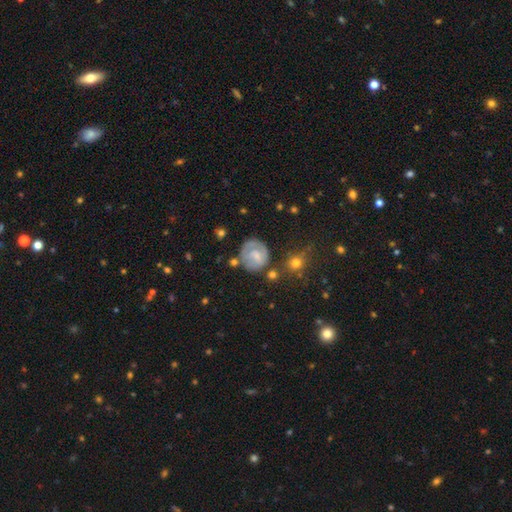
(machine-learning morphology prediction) Smooth or featured?
  - featured or disk: 51% *
  - smooth: 40%
  - star or artifact: 8%
Edge-on disk?
  - no: 97% *
  - yes: 3%
Merging?
  - none: 58% *
  - minor disturbance: 22%
  - major disturbance: 13%
  - merger: 7%